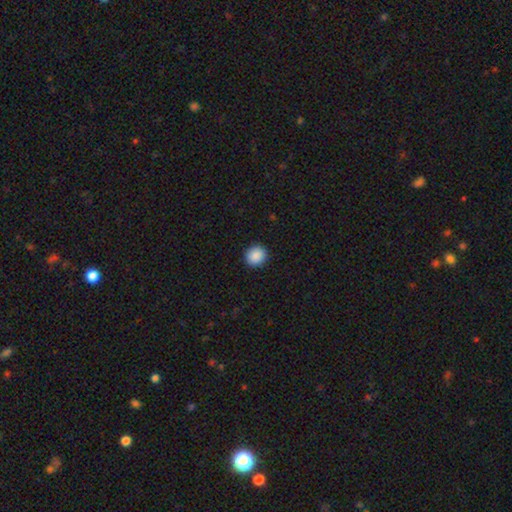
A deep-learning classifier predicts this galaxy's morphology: Smooth or featured: smooth — 89% (star or artifact — 8%)
How rounded: round — 88% (in between — 11%)
Merging: none — 93% (minor disturbance — 5%)